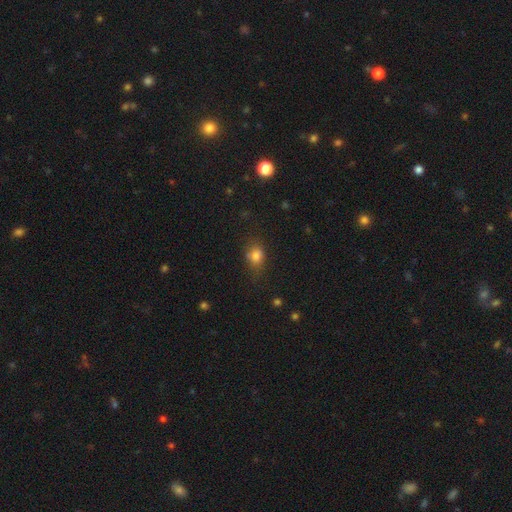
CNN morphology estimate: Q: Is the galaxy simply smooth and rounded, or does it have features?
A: smooth — 77%.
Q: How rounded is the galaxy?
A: in between — 52%.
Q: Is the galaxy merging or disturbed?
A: none — 60%.